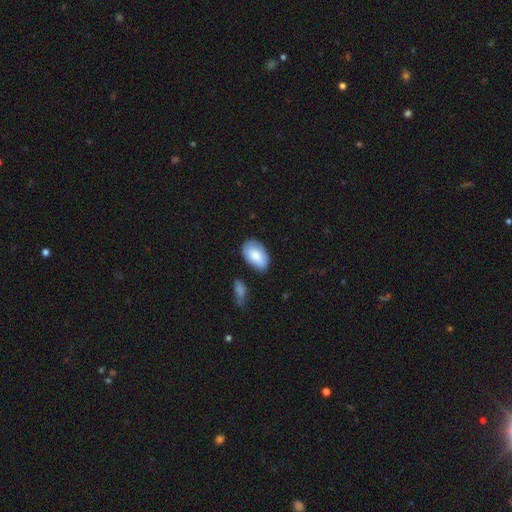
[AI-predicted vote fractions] Smooth or featured? Predicted: smooth (p=0.79). How rounded? Predicted: in between (p=0.91). Merging? Predicted: none (p=0.71).